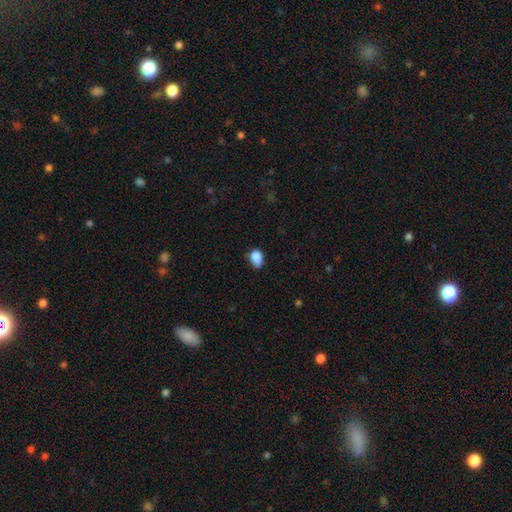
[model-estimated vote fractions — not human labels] smooth-or-featured: smooth: 84% | star or artifact: 9% | featured or disk: 6%
  how-rounded: in between: 78% | round: 20% | cigar-shaped: 2%
  merging: none: 50% | minor disturbance: 37% | major disturbance: 10% | merger: 3%